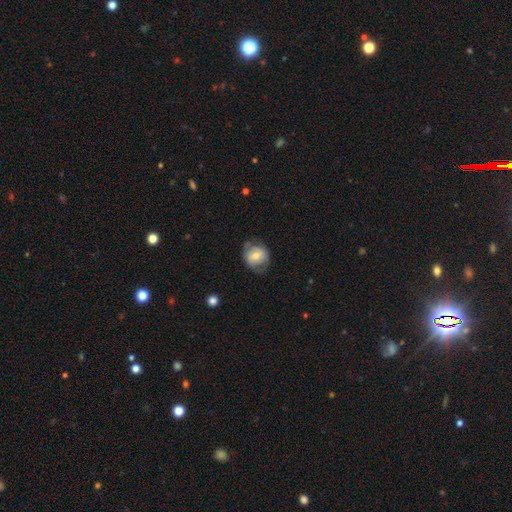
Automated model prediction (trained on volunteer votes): Smooth or featured? smooth (56%)
How rounded? round (69%)
Merging? none (62%)